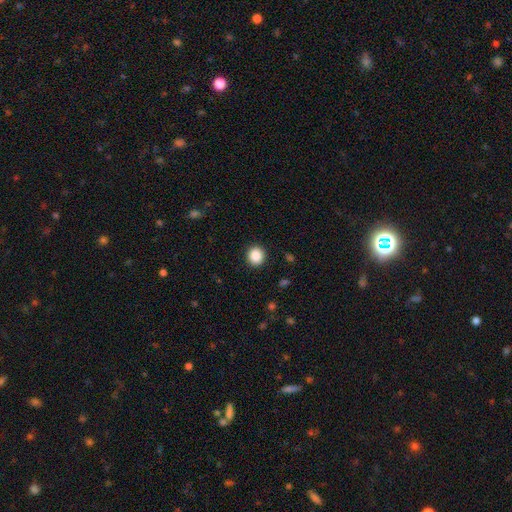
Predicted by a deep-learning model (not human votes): smooth_or_featured: smooth (p=0.88) [alt: star or artifact p=0.09]
how_rounded: round (p=0.84) [alt: in between p=0.15]
merging: none (p=0.92) [alt: minor disturbance p=0.05]